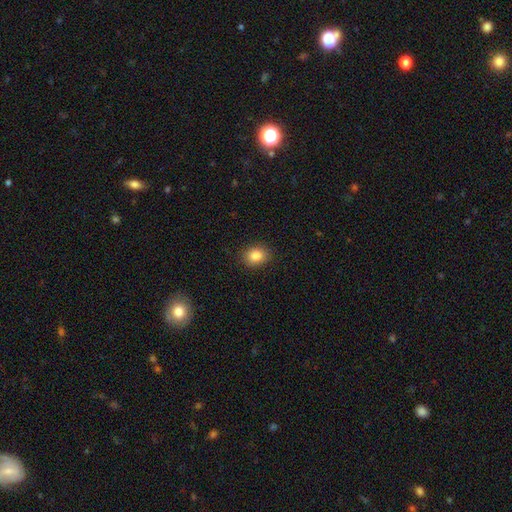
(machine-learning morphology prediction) This is clearly a smooth galaxy (86%). How rounded: possibly in between (52%). Merging: clearly none (88%).